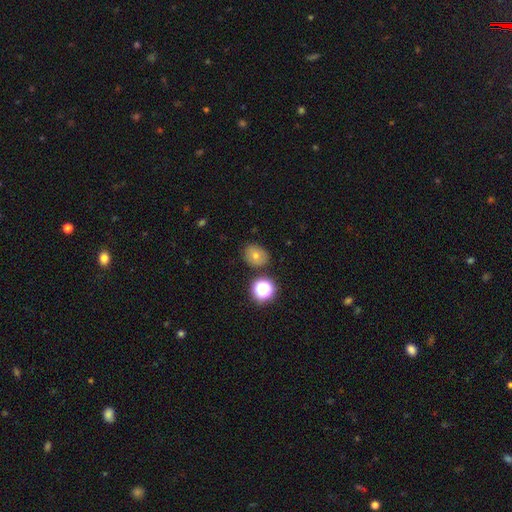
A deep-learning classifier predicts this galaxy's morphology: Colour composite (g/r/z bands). It shows a smooth galaxy with no disk features (56%) that is round (66%). Merging: none (81%).